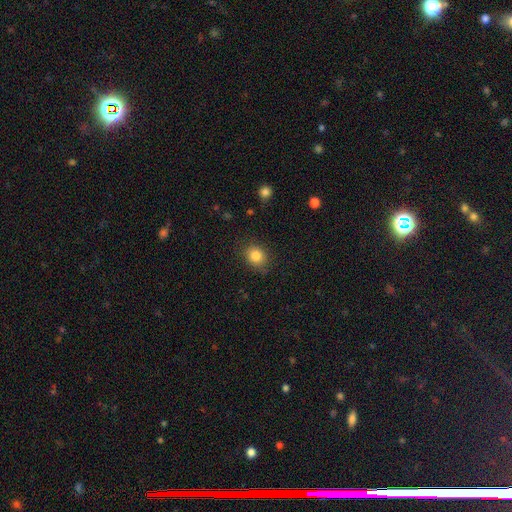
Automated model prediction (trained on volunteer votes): smooth 84%, star or artifact 10%, featured or disk 6%. Down the decision tree: how rounded — round (64%); merging — none (84%).